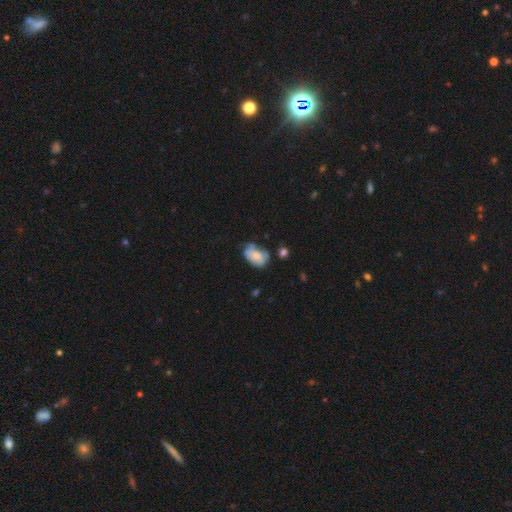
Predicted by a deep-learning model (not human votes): Q: Smooth or featured?
A: smooth (69%); runner-up: featured or disk (23%)
Q: How rounded?
A: in between (85%); runner-up: round (13%)
Q: Merging?
A: none (44%); runner-up: minor disturbance (35%)